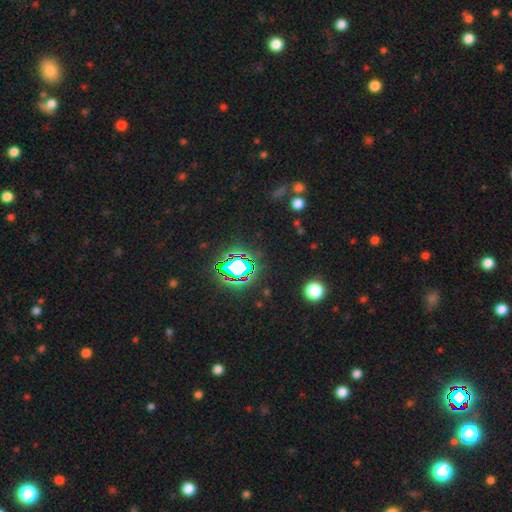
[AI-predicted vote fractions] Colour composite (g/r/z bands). It shows a star or artifact, not a galaxy (74%).